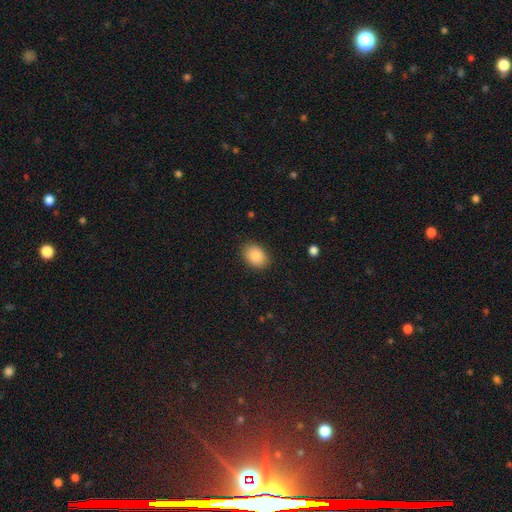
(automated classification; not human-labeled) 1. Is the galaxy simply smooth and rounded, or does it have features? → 89% smooth, 7% star or artifact, 4% featured or disk.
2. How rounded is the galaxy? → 76% in between, 23% round, 1% cigar-shaped.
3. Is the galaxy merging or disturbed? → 86% none, 10% minor disturbance, 3% major disturbance, 1% merger.